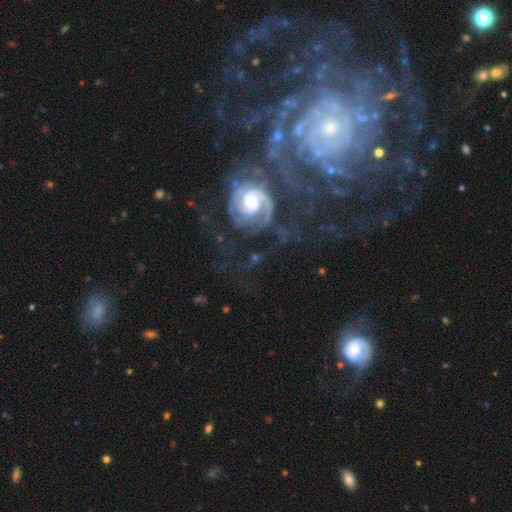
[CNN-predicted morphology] smooth_or_featured: featured or disk (p=0.76) [alt: star or artifact p=0.14]
disk_edge_on: no (p=0.95) [alt: yes p=0.05]
bar: no (p=0.73) [alt: weak p=0.17]
has_spiral_arms: yes (p=0.90) [alt: no p=0.10]
spiral_winding: tight (p=0.68) [alt: medium p=0.23]
spiral_arm_count: can't tell (p=0.34) [alt: more than 4 p=0.18]
bulge_size: small (p=0.67) [alt: moderate p=0.21]
merging: none (p=0.60) [alt: major disturbance p=0.17]